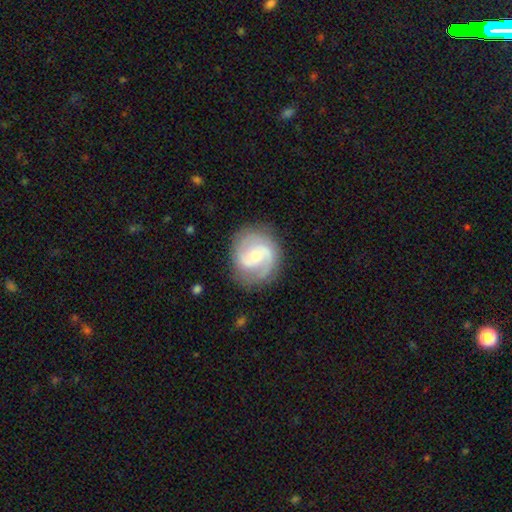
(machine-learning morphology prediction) Overall: featured or disk (84%). Edge-on disk: no (98%). Bar: weak (45%; no 44%). Spiral arms: yes (96%). Spiral arm count: 2 (79%). Spiral winding: medium (49%; tight 36%). Bulge size: moderate (49%; small 47%). Merging: none (82%).